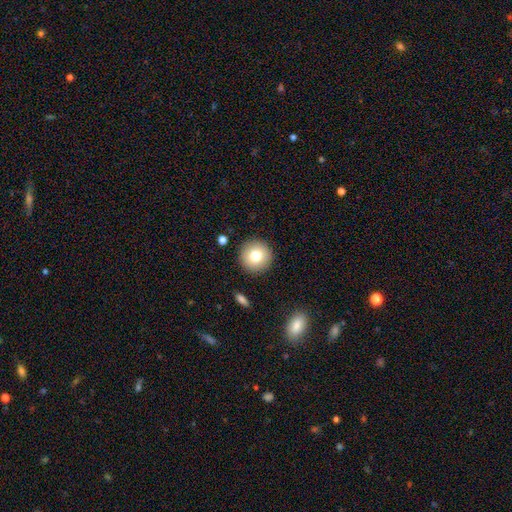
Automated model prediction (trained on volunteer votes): This is likely a smooth galaxy (78%). How rounded: clearly round (95%). Merging: clearly none (91%).